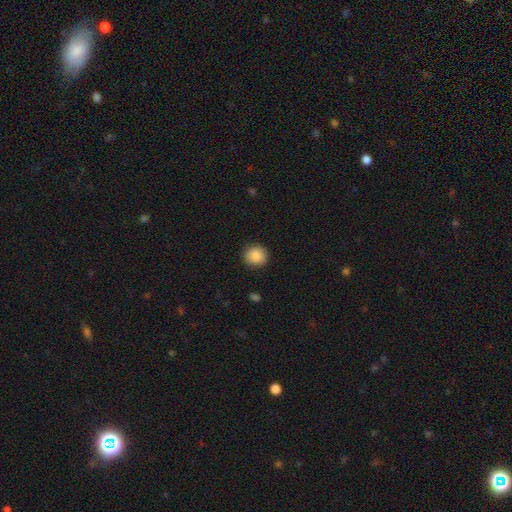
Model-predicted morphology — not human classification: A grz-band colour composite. It shows a smooth galaxy with no disk features (87%) that is round (90%). Merging: none (91%).